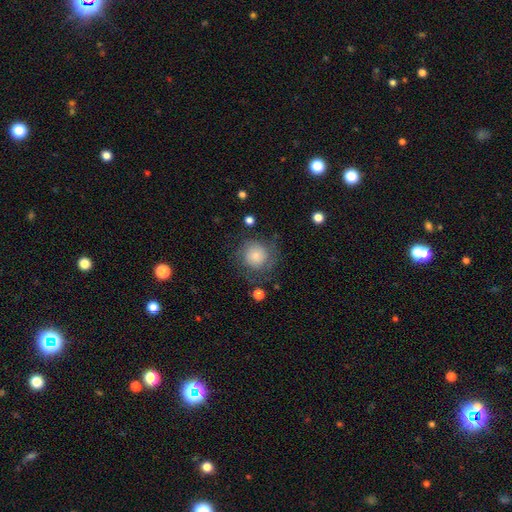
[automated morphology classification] A smooth galaxy with no disk features (62%) that is round (92%).

Vote fractions:
- Smooth or featured? smooth: 62% / featured or disk: 27% / star or artifact: 11%
- How rounded? round: 92% / in between: 7% / cigar-shaped: 1%
- Merging? none: 70% / minor disturbance: 17% / major disturbance: 11% / merger: 2%